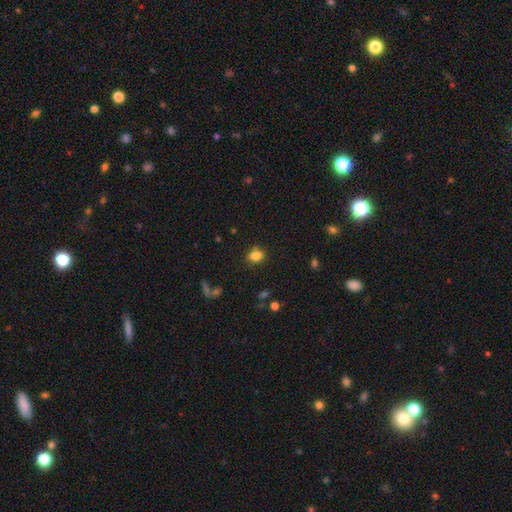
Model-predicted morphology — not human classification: The model was most divided on "how rounded": in between: 60%, round: 39%, cigar-shaped: 1%. More confident: smooth or featured — smooth (82%); merging — none (76%).